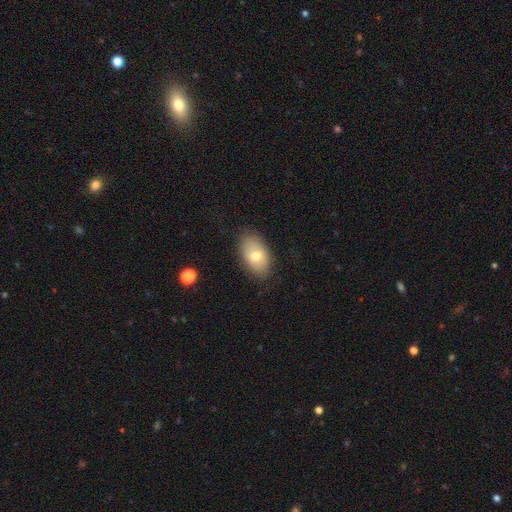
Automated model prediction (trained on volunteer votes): Smooth or featured: smooth — 72% (featured or disk — 20%)
How rounded: in between — 91% (round — 7%)
Merging: none — 83% (minor disturbance — 13%)